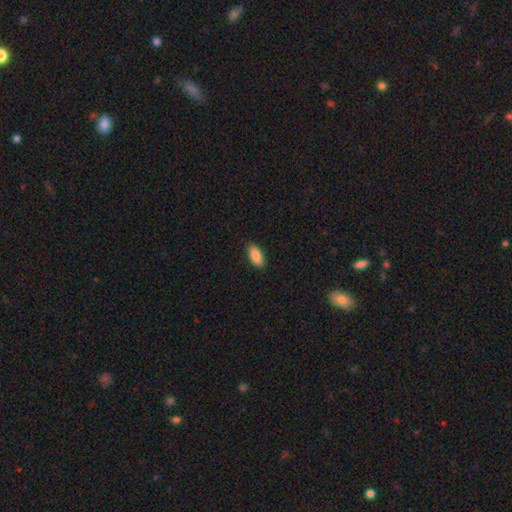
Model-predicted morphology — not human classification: Overall: smooth (88%). How rounded: in between (87%). Merging: none (88%).